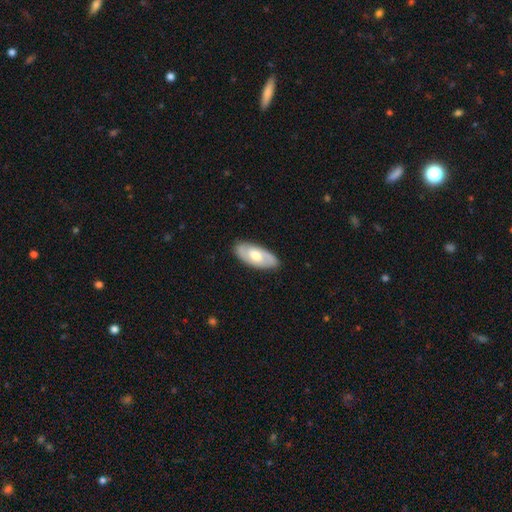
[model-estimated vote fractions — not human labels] smooth_or_featured: featured or disk (p=0.56) [alt: smooth p=0.39]
disk_edge_on: no (p=0.87) [alt: yes p=0.13]
merging: none (p=0.86) [alt: minor disturbance p=0.11]